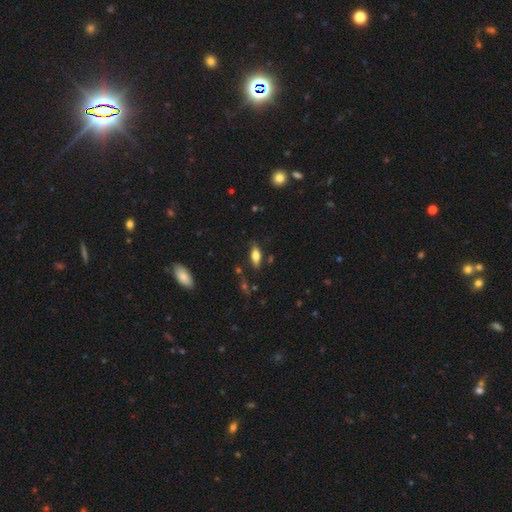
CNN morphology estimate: This is likely a smooth galaxy (73%). How rounded: likely in between (80%). Merging: likely none (80%).